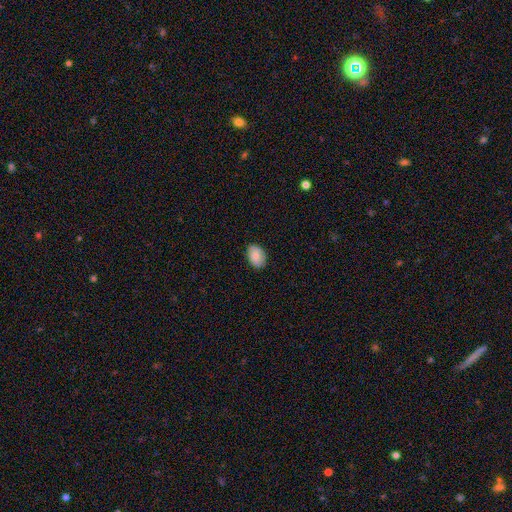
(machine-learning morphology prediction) A smooth galaxy with no disk features (81%) that is in between round and cigar-shaped (82%). Merging: none (84%).